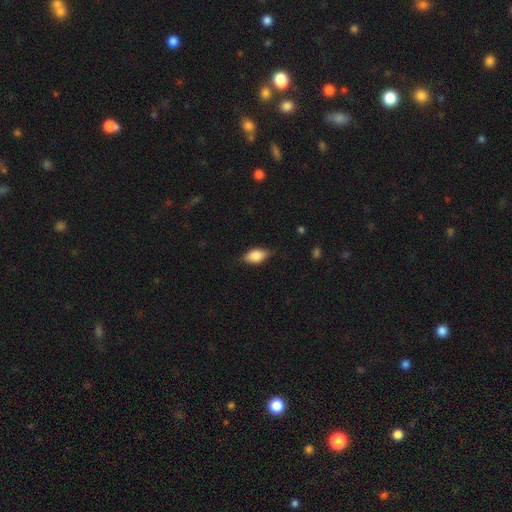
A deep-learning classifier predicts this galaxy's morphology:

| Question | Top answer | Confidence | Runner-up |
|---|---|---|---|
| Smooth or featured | smooth | 83% | featured or disk (10%) |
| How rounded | in between | 91% | round (5%) |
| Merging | none | 78% | minor disturbance (17%) |